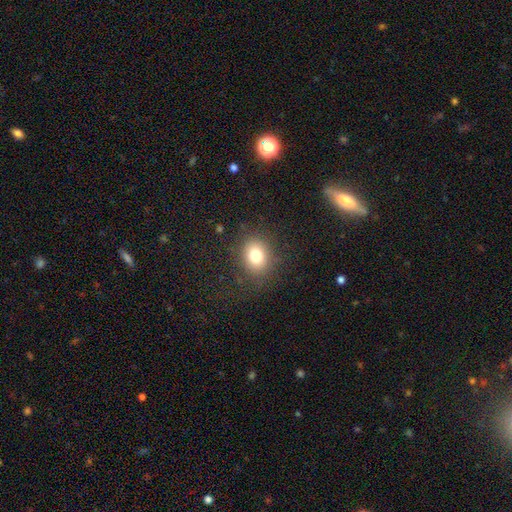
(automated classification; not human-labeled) Overall: smooth (78%). How rounded: round (57%; in between 42%). Merging: none (84%).